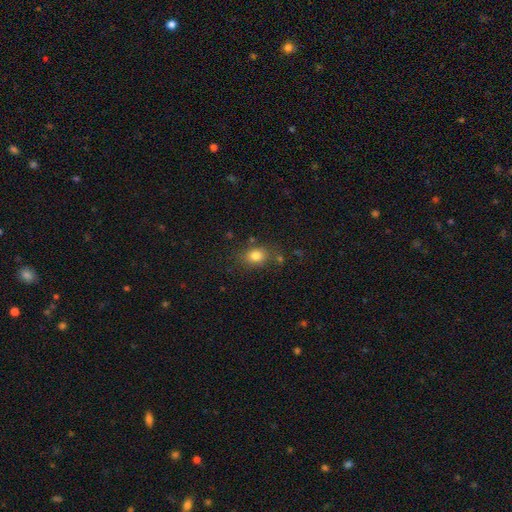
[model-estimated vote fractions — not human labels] Smooth or featured? Predicted: smooth (p=0.81). How rounded? Predicted: in between (p=0.57). Merging? Predicted: none (p=0.74).